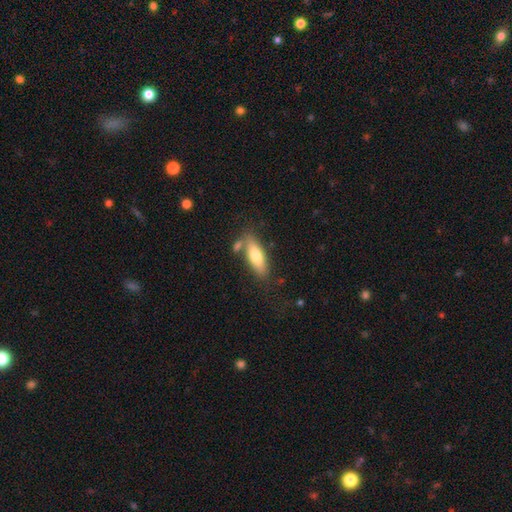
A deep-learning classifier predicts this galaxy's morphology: smooth_or_featured: smooth (p=0.72) [alt: featured or disk p=0.23]
how_rounded: in between (p=0.54) [alt: cigar-shaped p=0.44]
merging: none (p=0.69) [alt: minor disturbance p=0.15]